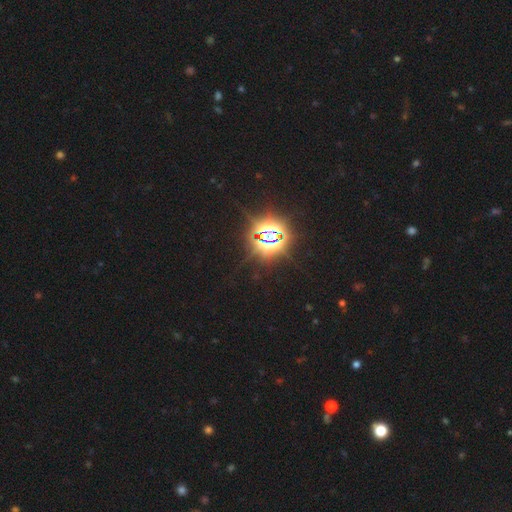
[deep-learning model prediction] Morphology: type=star or artifact (84%).